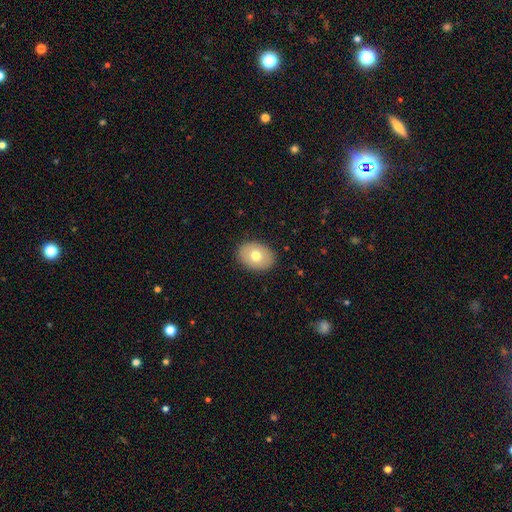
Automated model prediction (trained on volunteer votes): Smooth or featured? smooth (72%)
How rounded? in between (69%)
Merging? none (89%)